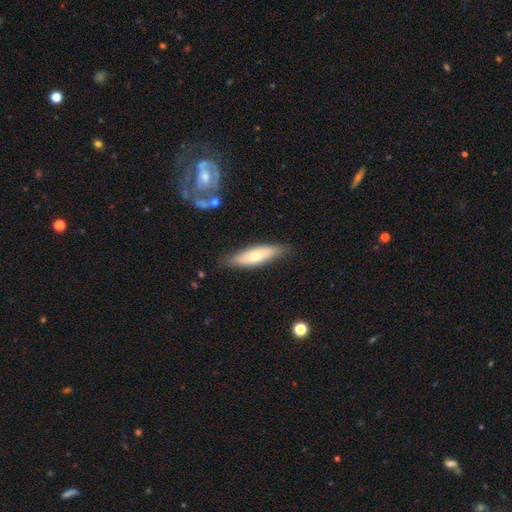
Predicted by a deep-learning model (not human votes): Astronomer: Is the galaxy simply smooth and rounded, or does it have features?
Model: smooth — 63%.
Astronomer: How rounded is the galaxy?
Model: cigar-shaped — 59% (runner-up: in between, 39%).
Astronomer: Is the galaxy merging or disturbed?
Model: none — 81%.